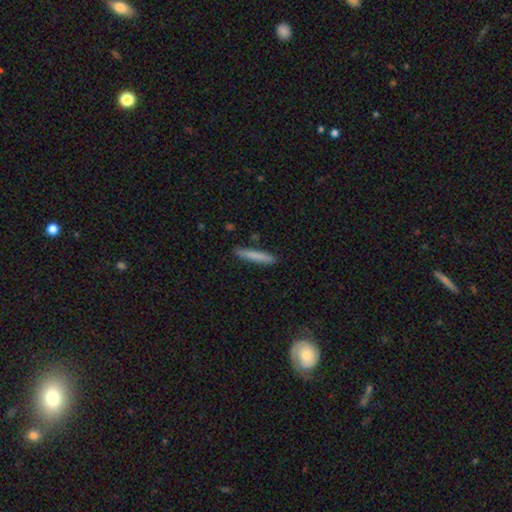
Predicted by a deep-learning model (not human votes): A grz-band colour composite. It shows a smooth galaxy with no disk features (78%) that is cigar-shaped (94%). Merging: none (87%).